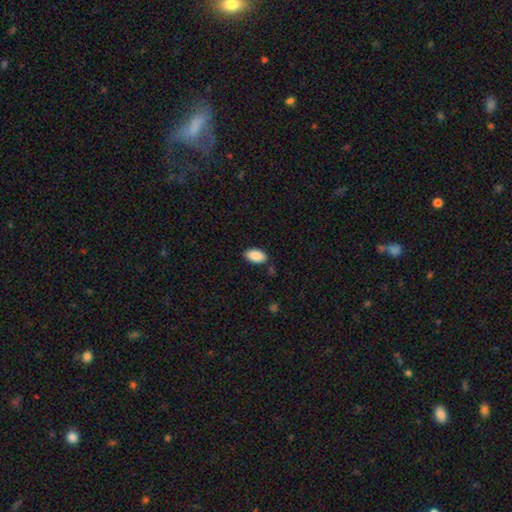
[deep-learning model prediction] A smooth galaxy with no disk features (90%) that is in between round and cigar-shaped (94%).

Vote fractions:
- Smooth or featured? smooth: 90% / star or artifact: 7% / featured or disk: 3%
- How rounded? in between: 94% / round: 4% / cigar-shaped: 2%
- Merging? none: 85% / minor disturbance: 11% / major disturbance: 2% / merger: 2%